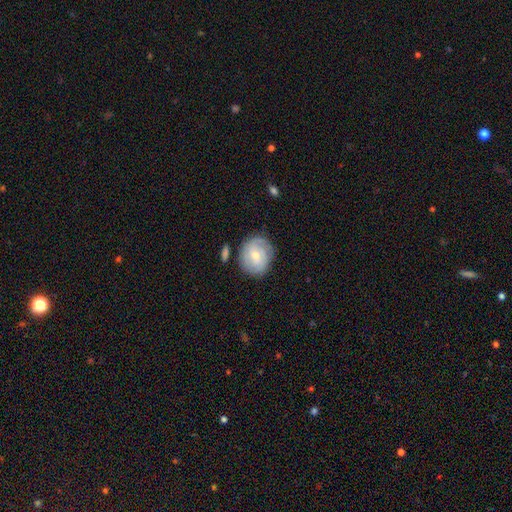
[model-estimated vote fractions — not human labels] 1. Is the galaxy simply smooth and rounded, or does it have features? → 62% featured or disk, 31% smooth, 7% star or artifact.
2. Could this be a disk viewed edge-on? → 97% no, 3% yes.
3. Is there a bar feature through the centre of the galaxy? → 52% no, 41% weak, 8% strong.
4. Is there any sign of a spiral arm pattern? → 86% yes, 14% no.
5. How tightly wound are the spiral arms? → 63% tight, 28% medium, 9% loose.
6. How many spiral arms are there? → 36% can't tell, 30% 2, 20% 3, 6% 4, 5% 1, 3% more than 4.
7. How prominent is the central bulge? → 53% small, 43% moderate, 2% large, 1% none, 1% dominant.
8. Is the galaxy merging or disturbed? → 75% none, 16% minor disturbance, 5% major disturbance, 4% merger.